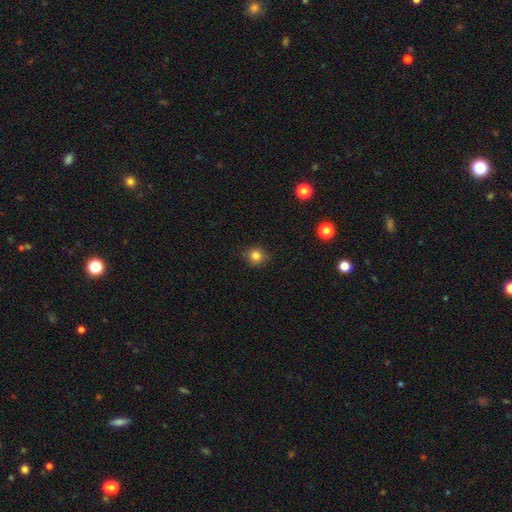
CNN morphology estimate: Overall: smooth (82%). How rounded: round (89%). Merging: none (86%).